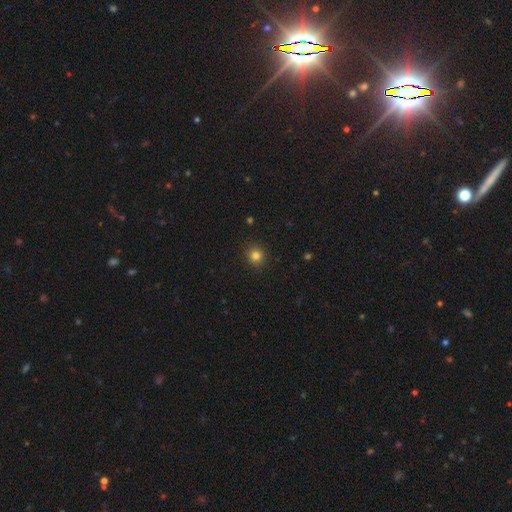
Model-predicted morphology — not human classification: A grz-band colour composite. It shows a smooth galaxy with no disk features (81%) that is round (93%). Merging: none (92%).